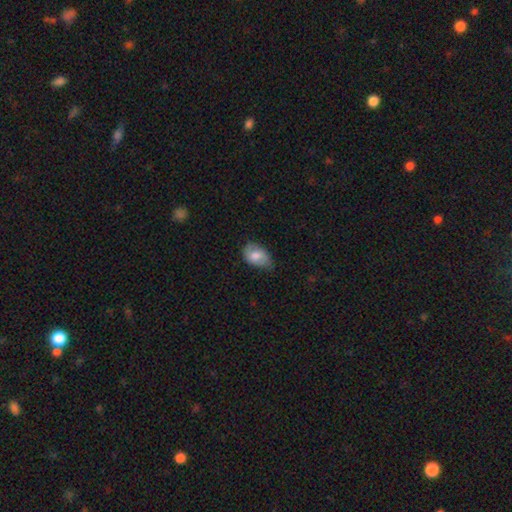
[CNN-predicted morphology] smooth-or-featured: smooth: 74% | featured or disk: 19% | star or artifact: 7%
  how-rounded: in between: 88% | round: 11% | cigar-shaped: 1%
  merging: none: 58% | minor disturbance: 35% | major disturbance: 6% | merger: 1%